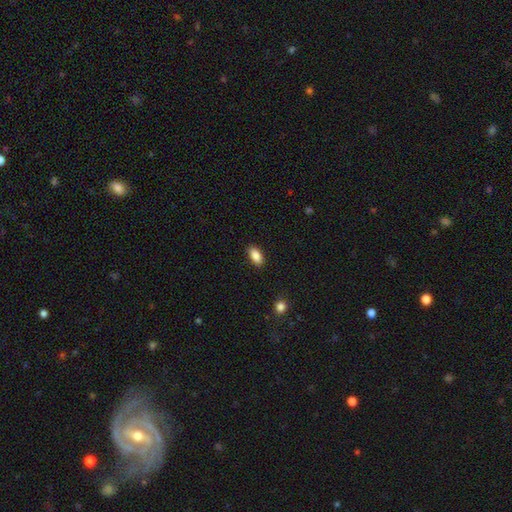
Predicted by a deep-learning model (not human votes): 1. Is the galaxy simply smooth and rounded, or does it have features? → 88% smooth, 7% star or artifact, 5% featured or disk.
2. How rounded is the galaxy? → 90% in between, 7% cigar-shaped, 3% round.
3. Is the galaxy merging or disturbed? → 89% none, 8% minor disturbance, 2% major disturbance, 1% merger.